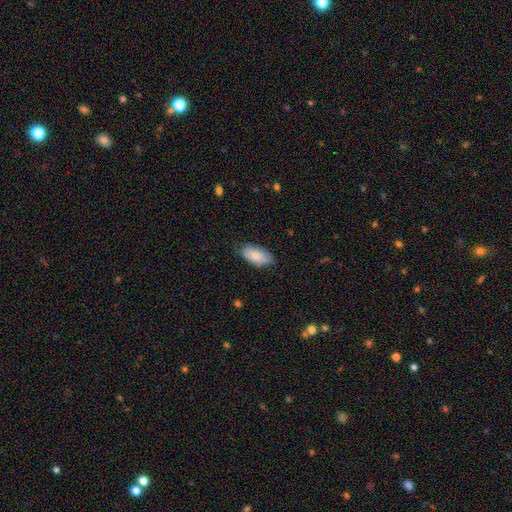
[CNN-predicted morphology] Q: Smooth or featured?
A: smooth (84%); runner-up: featured or disk (10%)
Q: How rounded?
A: in between (92%); runner-up: cigar-shaped (6%)
Q: Merging?
A: none (74%); runner-up: minor disturbance (21%)